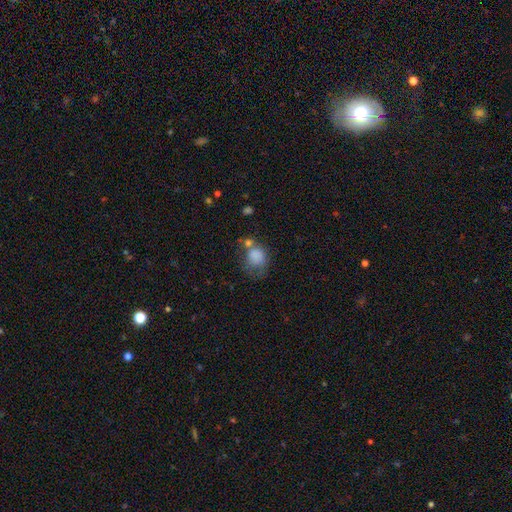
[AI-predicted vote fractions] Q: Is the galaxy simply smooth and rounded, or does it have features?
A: smooth — 77%.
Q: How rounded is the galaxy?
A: round — 59%.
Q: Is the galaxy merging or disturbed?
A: none — 32%.